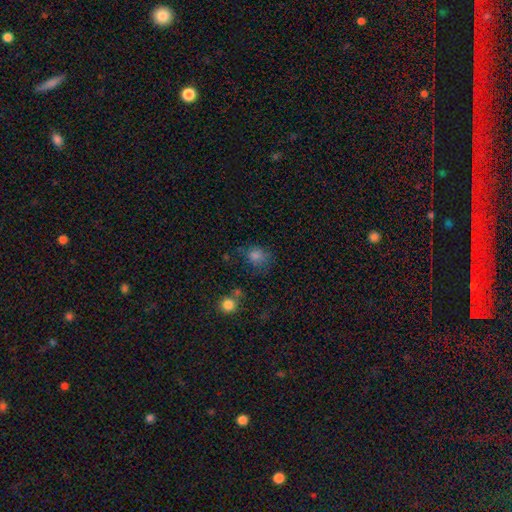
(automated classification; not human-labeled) Q: Smooth or featured?
A: smooth (72%); runner-up: star or artifact (20%)
Q: How rounded?
A: round (69%); runner-up: in between (30%)
Q: Merging?
A: none (64%); runner-up: minor disturbance (22%)